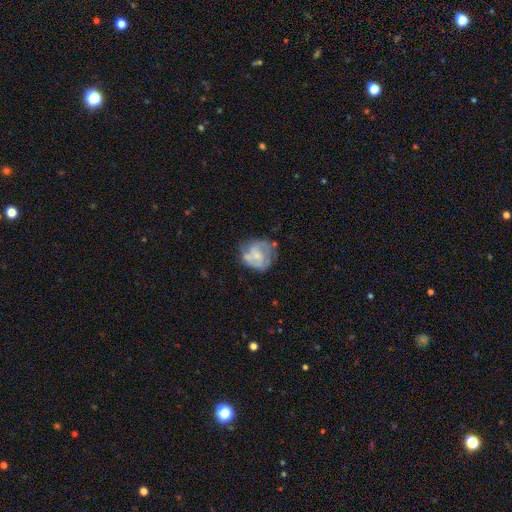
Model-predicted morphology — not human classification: This is likely a featured or disk galaxy (61%). It is clearly not viewed edge-on (98%). Bar: likely no (63%). Spiral arm pattern: likely yes (64%). Central bulge: marginally small (42%). Merging: possibly none (52%).